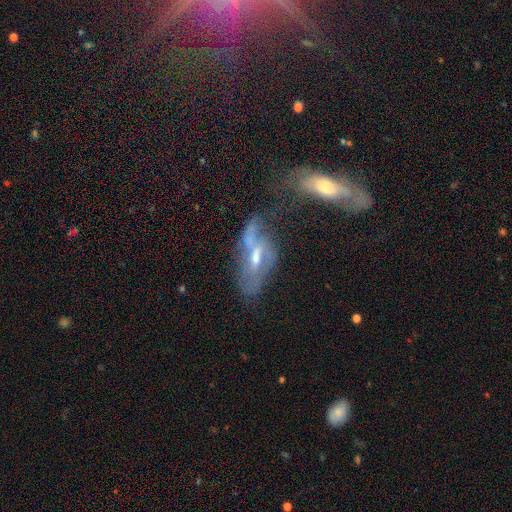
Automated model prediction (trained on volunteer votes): The model was most divided on "bar" (2-way tie): no: 42%, weak: 42%, strong: 16%. Remaining: edge-on disk — no (81%); smooth or featured — featured or disk (66%); spiral arms — yes (55%); bulge size — moderate (49%); merging — none (29%).